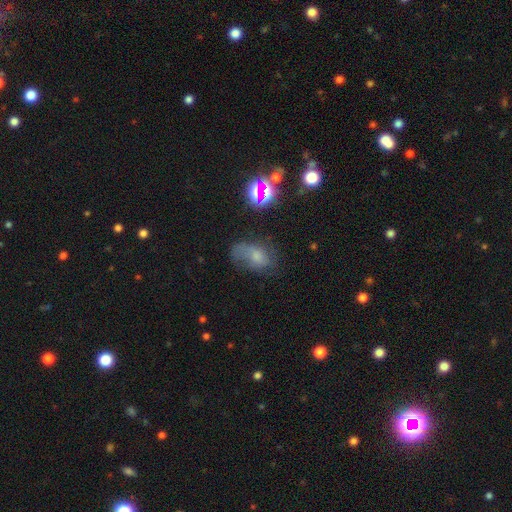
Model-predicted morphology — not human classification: smooth 48%, featured or disk 32%, star or artifact 20%. Down the decision tree: merging — none (38%).